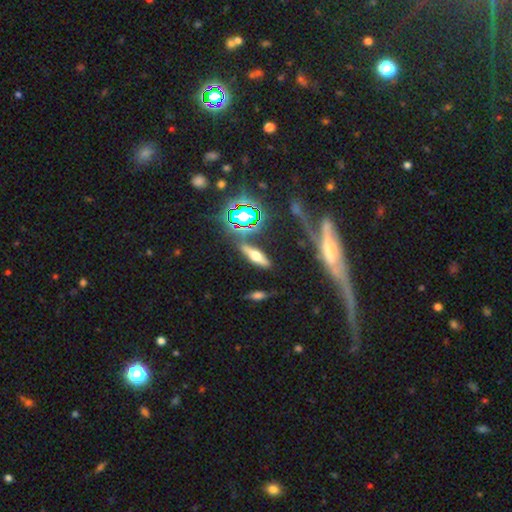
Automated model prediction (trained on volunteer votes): The model was most divided on "smooth or featured": featured or disk: 43%, smooth: 37%, star or artifact: 20%. More confident: merging — none (75%).